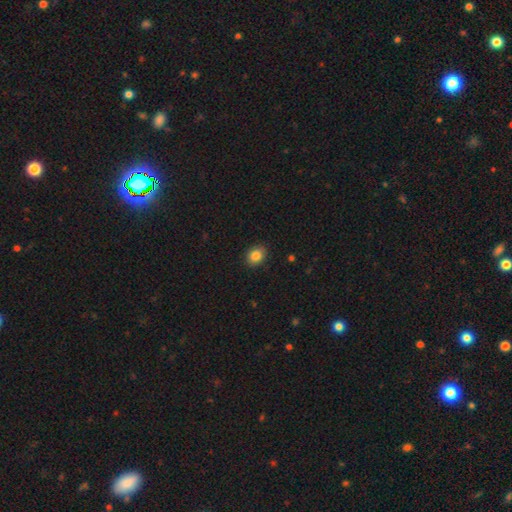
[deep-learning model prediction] A smooth galaxy with no disk features (86%) that is in between round and cigar-shaped (50%).

Vote fractions:
- Smooth or featured? smooth: 86% / star or artifact: 9% / featured or disk: 5%
- How rounded? in between: 50% / round: 49% / cigar-shaped: 1%
- Merging? none: 88% / minor disturbance: 9% / major disturbance: 2% / merger: 1%